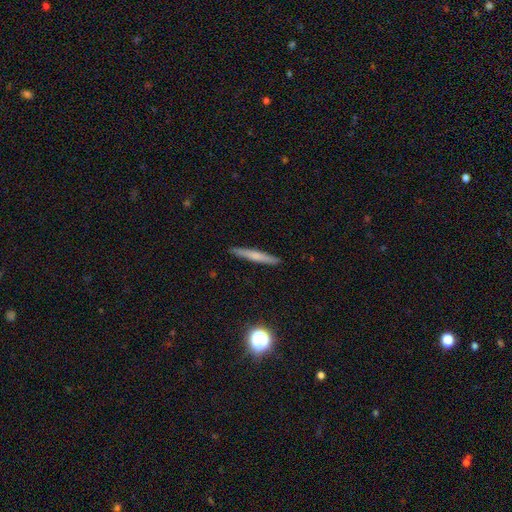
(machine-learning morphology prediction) Smooth or featured? smooth (53%)
How rounded? cigar-shaped (94%)
Merging? none (91%)